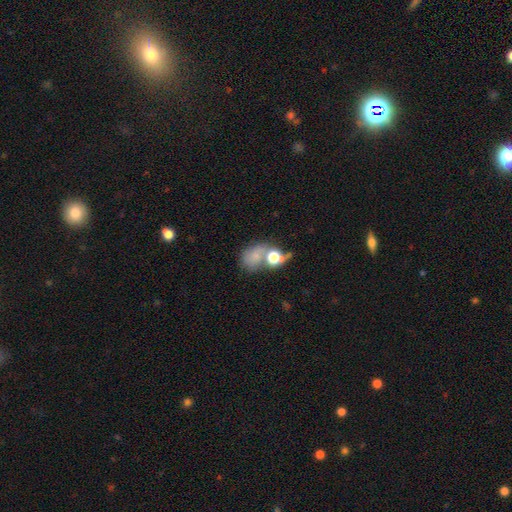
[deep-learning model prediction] A smooth galaxy with no disk features (63%) that is in between round and cigar-shaped (54%).

Vote fractions:
- Smooth or featured? smooth: 63% / star or artifact: 19% / featured or disk: 18%
- How rounded? in between: 54% / round: 44% / cigar-shaped: 2%
- Merging? merger: 39% / none: 31% / major disturbance: 17% / minor disturbance: 14%